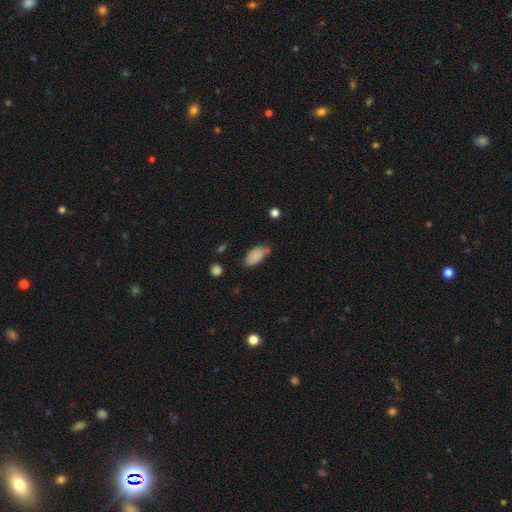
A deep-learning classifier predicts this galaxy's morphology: Smooth or featured? smooth (85%)
How rounded? in between (94%)
Merging? none (61%)